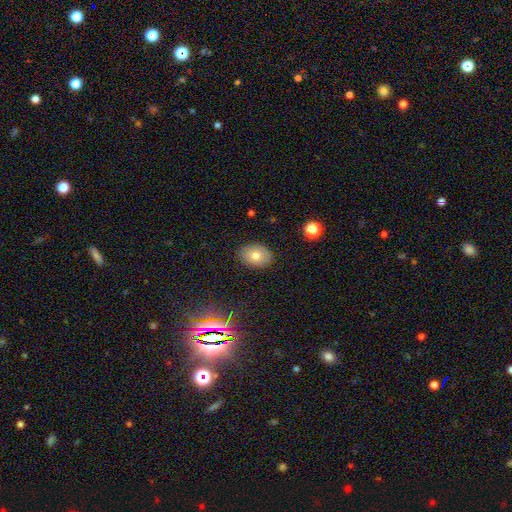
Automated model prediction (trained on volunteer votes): This appears to be a smooth galaxy with no disk features (76%) that is in between round and cigar-shaped (79%). Merging: none (86%).